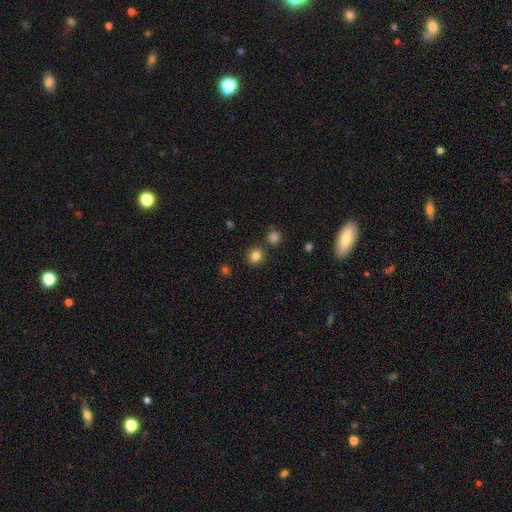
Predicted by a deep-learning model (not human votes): This appears to be a smooth galaxy with no disk features (82%) that is round (84%). Merging: none (84%).